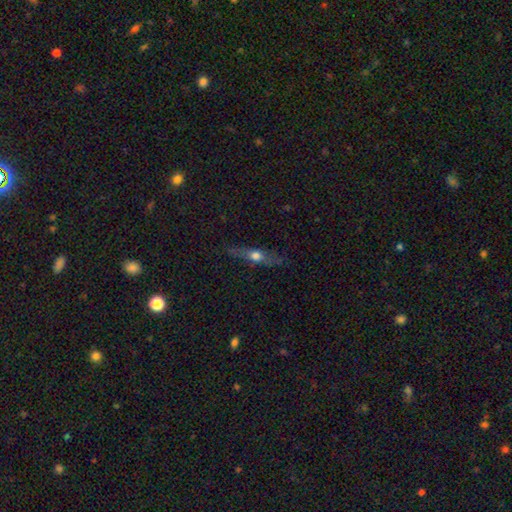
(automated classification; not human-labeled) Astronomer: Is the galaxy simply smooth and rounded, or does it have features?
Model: featured or disk — 54% (runner-up: smooth, 38%).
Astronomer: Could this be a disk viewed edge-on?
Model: yes — 89%.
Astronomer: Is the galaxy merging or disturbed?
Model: none — 82%.